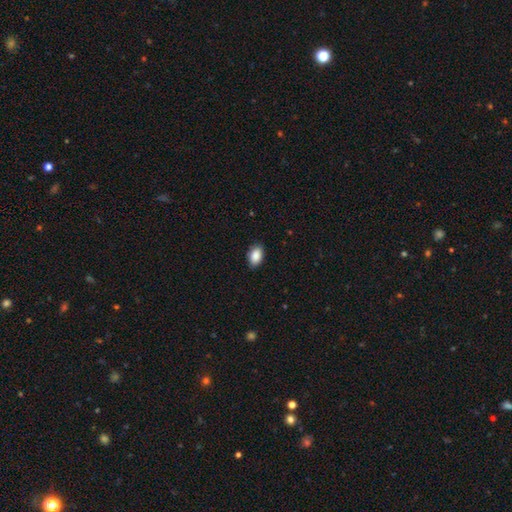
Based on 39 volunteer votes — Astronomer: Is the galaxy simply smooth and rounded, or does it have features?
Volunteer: smooth — 95%.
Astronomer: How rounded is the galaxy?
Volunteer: in between — 92%.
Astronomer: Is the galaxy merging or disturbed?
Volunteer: none — 85%.